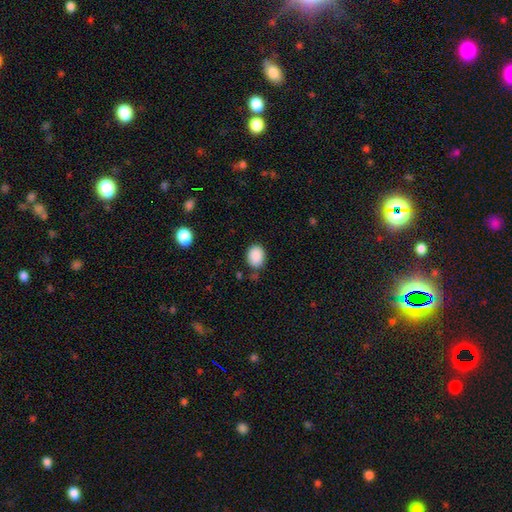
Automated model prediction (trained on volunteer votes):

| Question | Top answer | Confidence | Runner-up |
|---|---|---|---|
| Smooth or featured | smooth | 89% | star or artifact (8%) |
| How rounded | in between | 64% | round (35%) |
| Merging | none | 80% | minor disturbance (14%) |